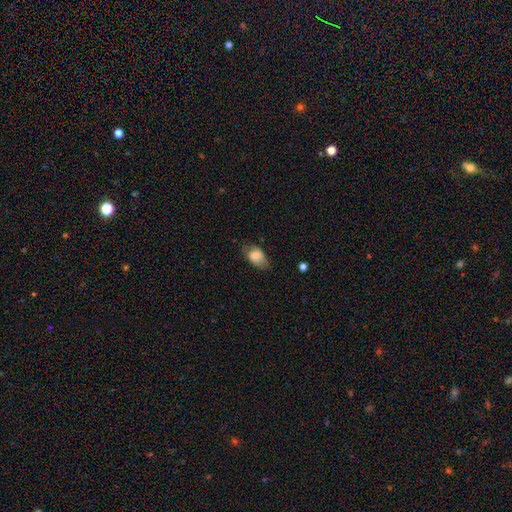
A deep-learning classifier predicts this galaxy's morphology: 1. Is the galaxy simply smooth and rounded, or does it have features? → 75% smooth, 17% featured or disk, 8% star or artifact.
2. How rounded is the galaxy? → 88% in between, 10% round, 2% cigar-shaped.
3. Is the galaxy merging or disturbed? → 62% none, 27% minor disturbance, 10% major disturbance, 1% merger.